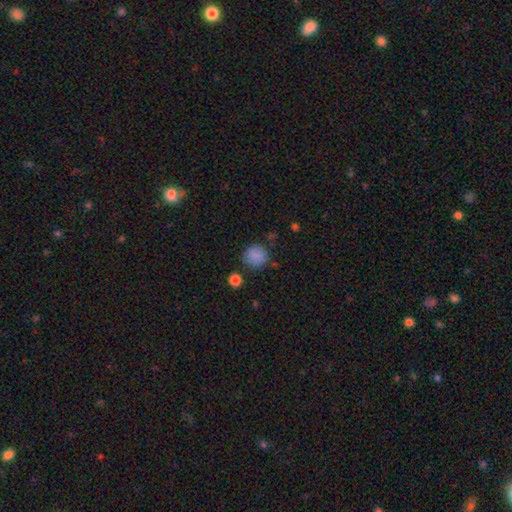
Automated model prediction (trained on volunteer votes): A smooth galaxy with no disk features (84%) that is round (89%).

Vote fractions:
- Smooth or featured? smooth: 84% / star or artifact: 10% / featured or disk: 5%
- How rounded? round: 89% / in between: 10% / cigar-shaped: 1%
- Merging? none: 80% / minor disturbance: 13% / major disturbance: 4% / merger: 3%